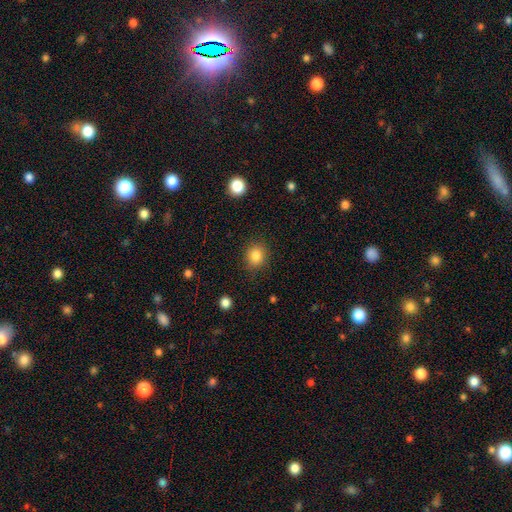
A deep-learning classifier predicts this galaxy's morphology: smooth 84%, star or artifact 11%, featured or disk 5%. Down the decision tree: how rounded — round (77%); merging — none (87%).